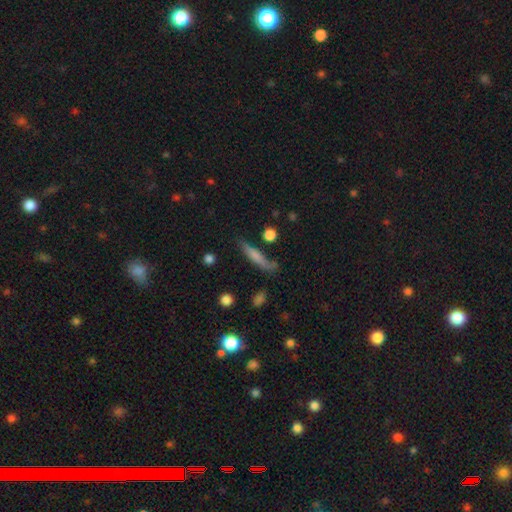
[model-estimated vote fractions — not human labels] Q: Smooth or featured?
A: smooth (59%); runner-up: featured or disk (33%)
Q: How rounded?
A: cigar-shaped (85%); runner-up: in between (12%)
Q: Merging?
A: none (61%); runner-up: minor disturbance (24%)